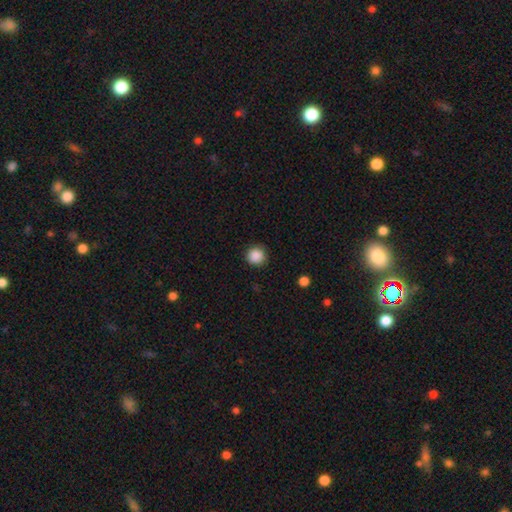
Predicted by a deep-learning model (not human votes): A smooth galaxy with no disk features (88%) that is round (93%).

Vote fractions:
- Smooth or featured? smooth: 88% / star or artifact: 10% / featured or disk: 2%
- How rounded? round: 93% / in between: 6% / cigar-shaped: 1%
- Merging? none: 89% / minor disturbance: 7% / major disturbance: 2% / merger: 1%